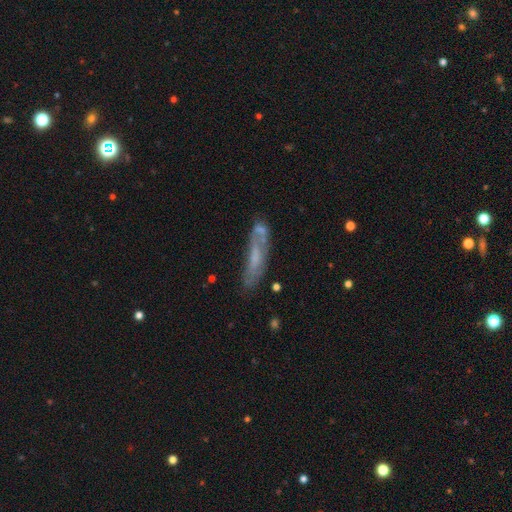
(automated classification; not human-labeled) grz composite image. It shows a featured or disk galaxy (50%). Merging: none (54%).